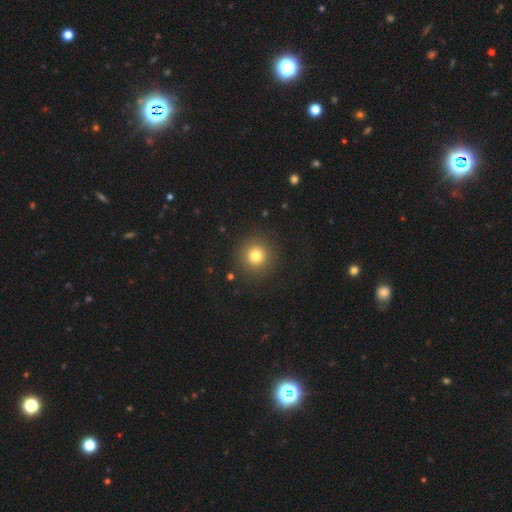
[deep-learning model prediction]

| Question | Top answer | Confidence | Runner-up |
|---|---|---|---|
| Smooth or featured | smooth | 78% | star or artifact (14%) |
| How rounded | round | 95% | in between (4%) |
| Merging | none | 90% | minor disturbance (6%) |